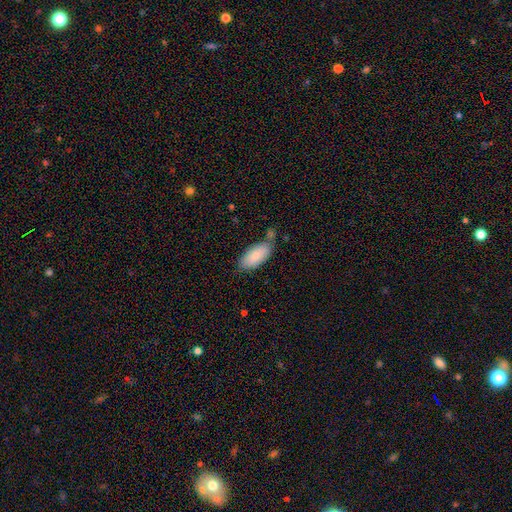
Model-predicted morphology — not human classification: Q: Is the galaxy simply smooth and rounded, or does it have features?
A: smooth — 83%.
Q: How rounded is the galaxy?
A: in between — 91%.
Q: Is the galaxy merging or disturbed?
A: none — 63%.